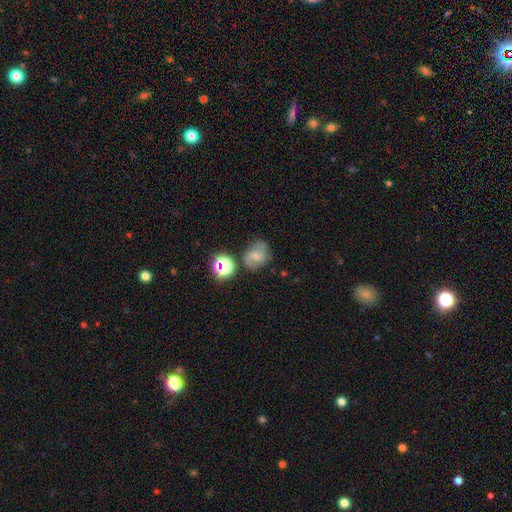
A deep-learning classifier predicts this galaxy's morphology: Smooth or featured? Predicted: featured or disk (p=0.57). Edge-on disk? Predicted: no (p=0.97). Bar? Predicted: no (p=0.45). Spiral arms? Predicted: yes (p=0.89). Bulge size? Predicted: small (p=0.54). Merging? Predicted: none (p=0.64).